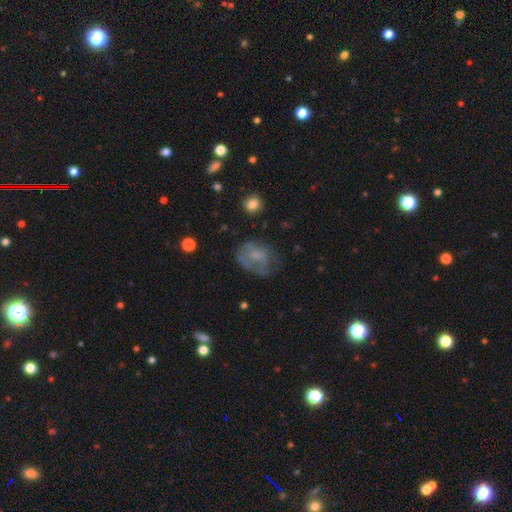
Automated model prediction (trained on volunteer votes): This appears to be a smooth galaxy with no disk features (49%). Merging: none (46%).